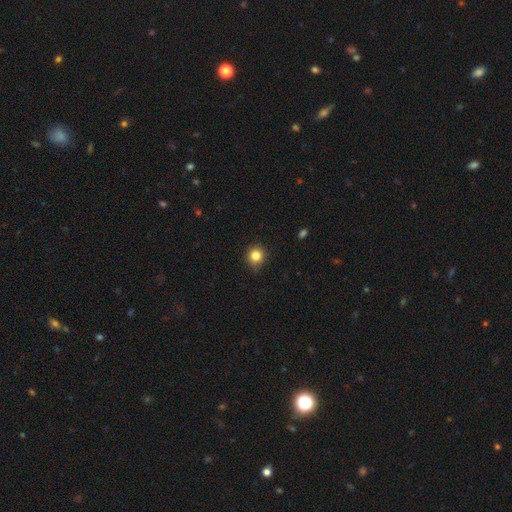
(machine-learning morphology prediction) smooth-or-featured: smooth: 84% | star or artifact: 11% | featured or disk: 5%
  how-rounded: round: 90% | in between: 9% | cigar-shaped: 1%
  merging: none: 83% | minor disturbance: 13% | major disturbance: 2% | merger: 1%